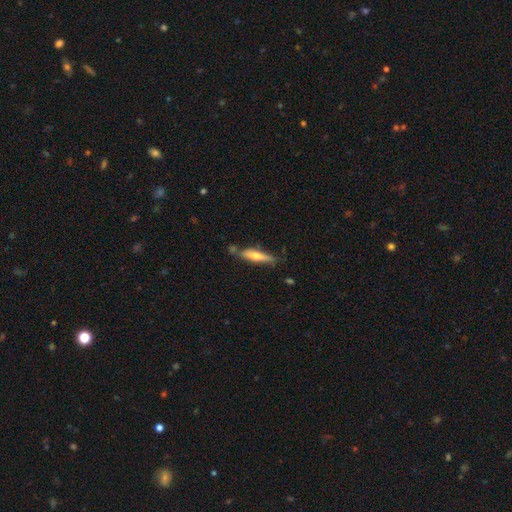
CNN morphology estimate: Q: Smooth or featured?
A: smooth (49%); runner-up: featured or disk (45%)
Q: Merging?
A: none (68%); runner-up: minor disturbance (19%)